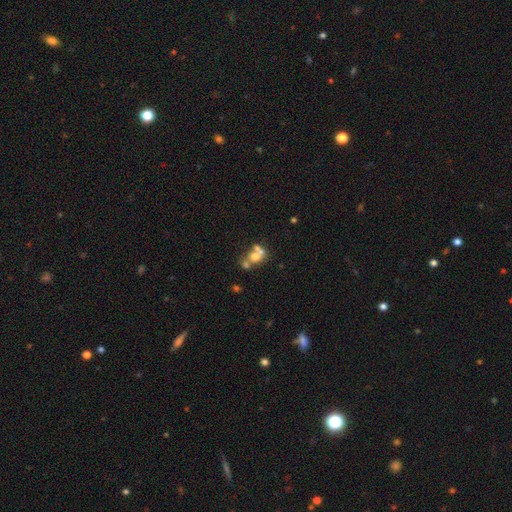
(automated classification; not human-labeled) A smooth galaxy with no disk features (57%) that is round (65%).

Vote fractions:
- Smooth or featured? smooth: 57% / featured or disk: 27% / star or artifact: 15%
- How rounded? round: 65% / in between: 34% / cigar-shaped: 1%
- Merging? merger: 55% / none: 32% / minor disturbance: 8% / major disturbance: 6%